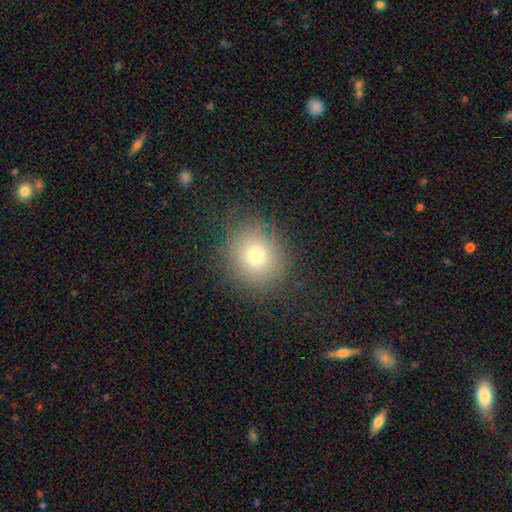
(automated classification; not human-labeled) Smooth or featured? smooth (76%)
How rounded? round (78%)
Merging? none (83%)